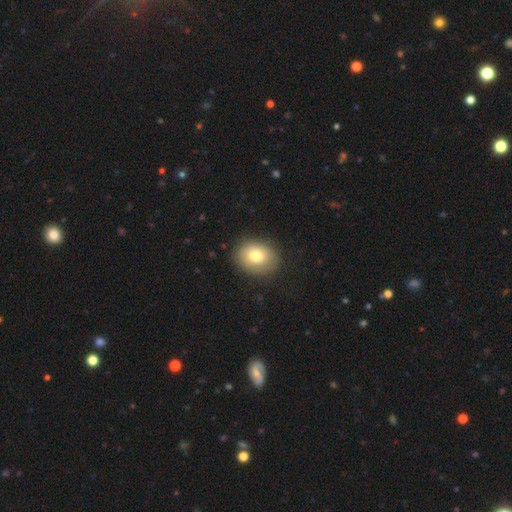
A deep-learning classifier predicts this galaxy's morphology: Overall: smooth (77%). How rounded: in between (50%, tied with round). Merging: none (85%).